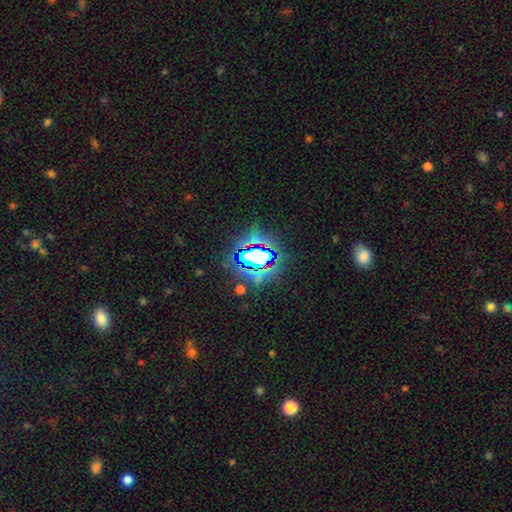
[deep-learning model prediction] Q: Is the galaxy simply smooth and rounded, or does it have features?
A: star or artifact — 69%.